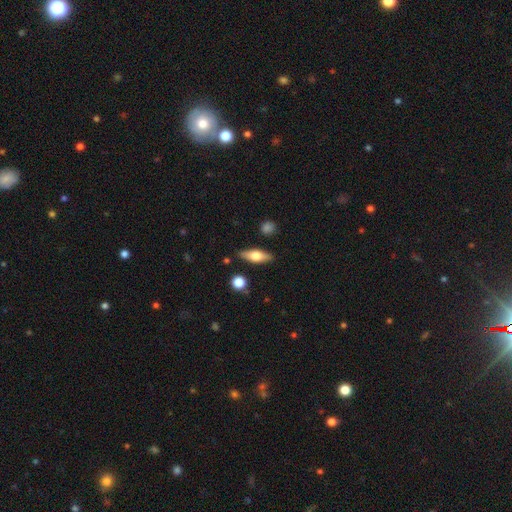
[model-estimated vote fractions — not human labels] This appears to be a smooth galaxy with no disk features (53%) that is in between round and cigar-shaped (54%). Merging: none (84%).